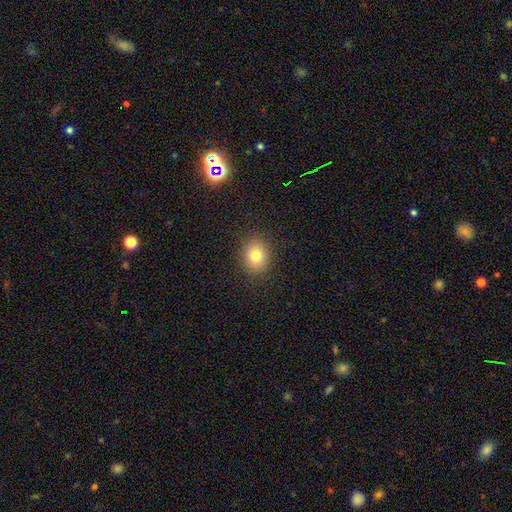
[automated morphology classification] This appears to be a smooth galaxy with no disk features (80%) that is round (62%). Merging: none (89%).